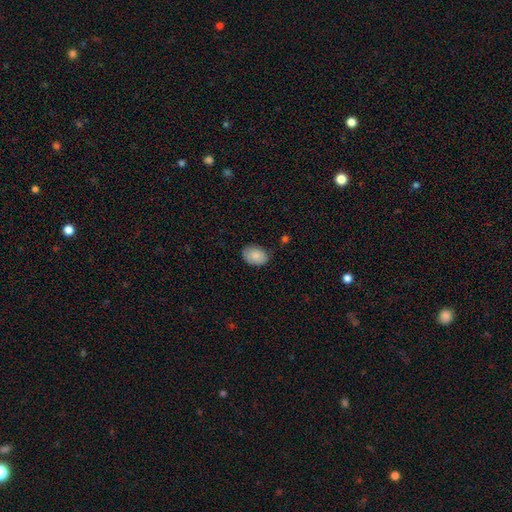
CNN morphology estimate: smooth-or-featured: smooth: 86% | featured or disk: 8% | star or artifact: 7%
  how-rounded: in between: 81% | round: 18% | cigar-shaped: 1%
  merging: none: 76% | minor disturbance: 19% | major disturbance: 3% | merger: 1%